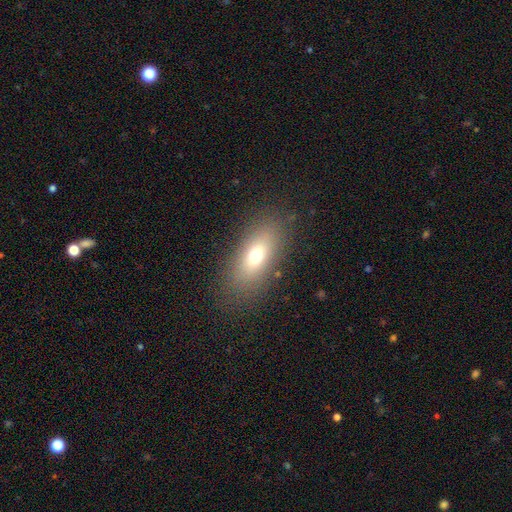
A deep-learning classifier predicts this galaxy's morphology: A smooth galaxy with no disk features (69%) that is in between round and cigar-shaped (77%). Merging: none (84%).